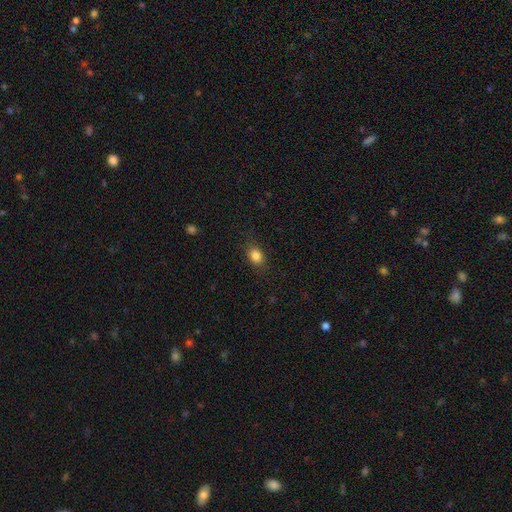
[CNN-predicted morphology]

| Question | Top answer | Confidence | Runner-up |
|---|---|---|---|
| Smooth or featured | smooth | 84% | star or artifact (10%) |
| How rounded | in between | 65% | round (34%) |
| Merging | none | 84% | minor disturbance (12%) |